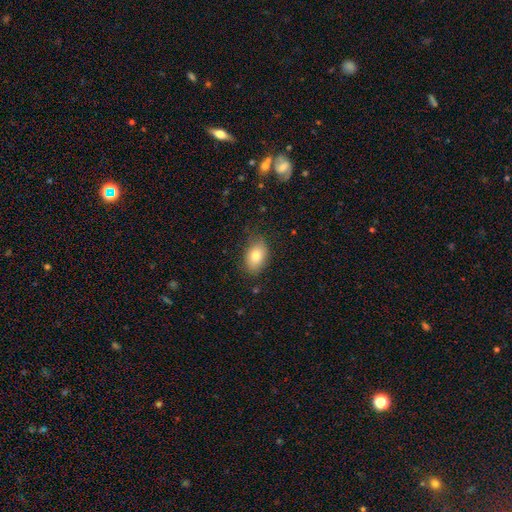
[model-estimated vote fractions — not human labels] The model was most divided on "merging": none: 78%, minor disturbance: 17%, major disturbance: 4%, merger: 1%. More confident: how rounded — in between (85%); smooth or featured — smooth (79%).